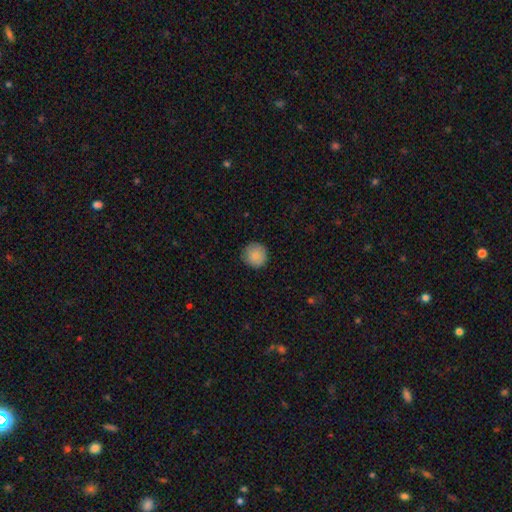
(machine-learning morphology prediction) Smooth or featured: smooth — 87% (star or artifact — 8%)
How rounded: round — 94% (in between — 5%)
Merging: none — 88% (minor disturbance — 9%)